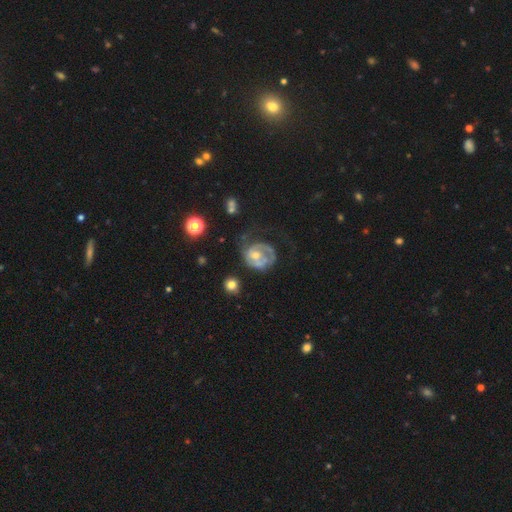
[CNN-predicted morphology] This appears to be a featured or disk galaxy (72%) with no bar (70%), spiral arms (69%) and a moderate central bulge (53%). Merging: none (40%).